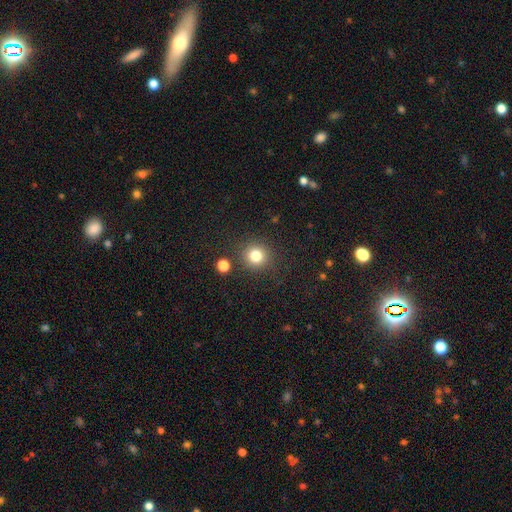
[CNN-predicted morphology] type=smooth (81%); roundness=round (93%); merging=none (87%).